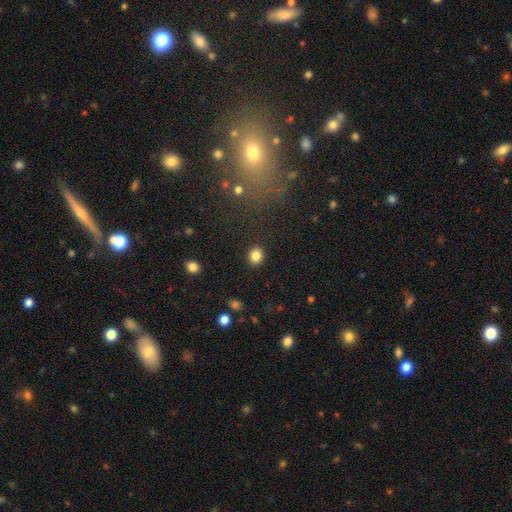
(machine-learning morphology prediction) Q: Smooth or featured?
A: smooth (86%); runner-up: star or artifact (10%)
Q: How rounded?
A: round (82%); runner-up: in between (17%)
Q: Merging?
A: none (91%); runner-up: minor disturbance (6%)